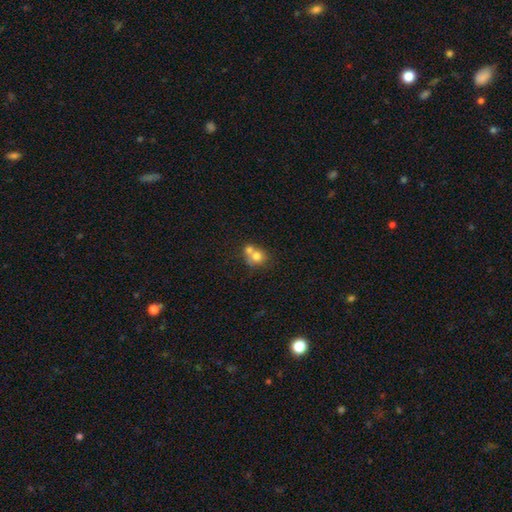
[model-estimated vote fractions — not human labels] Smooth or featured?
  - smooth: 72% *
  - featured or disk: 18%
  - star or artifact: 10%
How rounded?
  - round: 76% *
  - in between: 23%
  - cigar-shaped: 1%
Merging?
  - merger: 61% *
  - none: 29%
  - minor disturbance: 7%
  - major disturbance: 3%